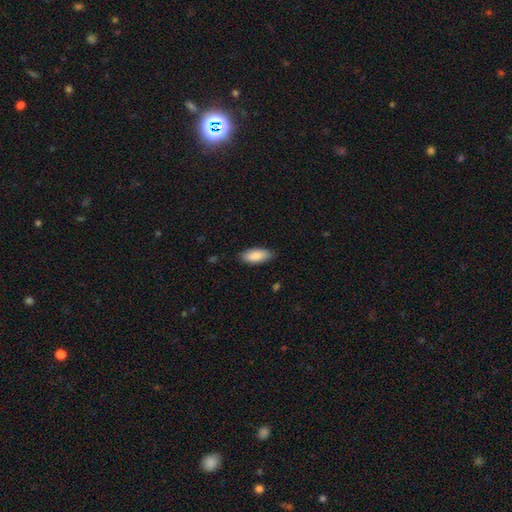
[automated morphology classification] smooth 88%, featured or disk 7%, star or artifact 6%. Down the decision tree: how rounded — in between (84%); merging — none (84%).